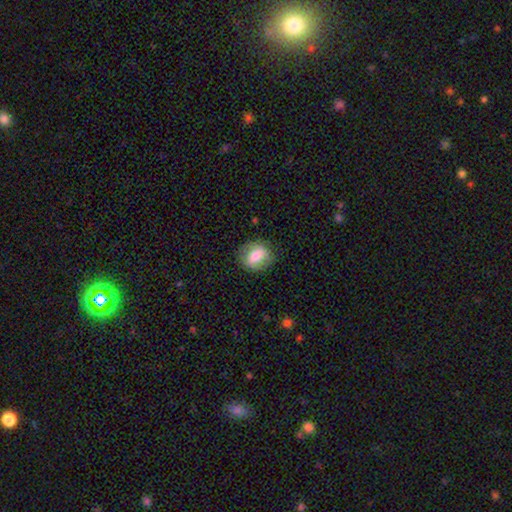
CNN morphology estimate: This is likely a smooth galaxy (64%). How rounded: possibly round (51%). Merging: likely none (79%).